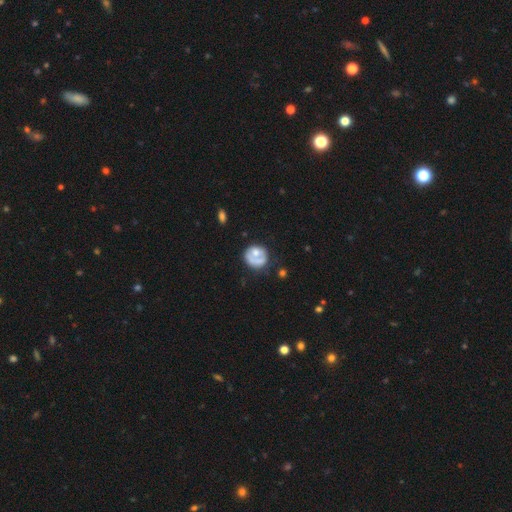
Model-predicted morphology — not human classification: Smooth or featured?
  - smooth: 54% *
  - featured or disk: 39%
  - star or artifact: 7%
How rounded?
  - round: 80% *
  - in between: 19%
  - cigar-shaped: 1%
Merging?
  - none: 52% *
  - minor disturbance: 21%
  - major disturbance: 18%
  - merger: 9%